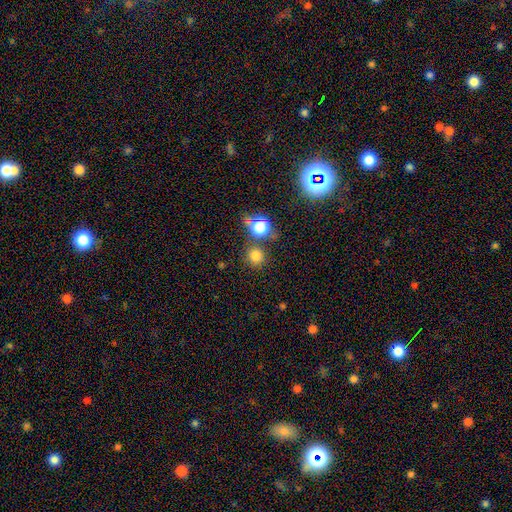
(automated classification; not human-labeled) Smooth or featured? Predicted: smooth (p=0.78). How rounded? Predicted: round (p=0.88). Merging? Predicted: none (p=0.70).